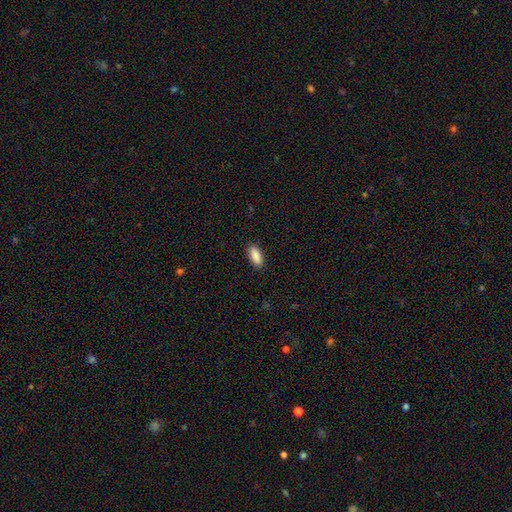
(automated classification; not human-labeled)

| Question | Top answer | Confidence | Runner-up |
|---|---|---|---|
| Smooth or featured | smooth | 89% | star or artifact (6%) |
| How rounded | in between | 82% | cigar-shaped (16%) |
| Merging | none | 89% | minor disturbance (8%) |